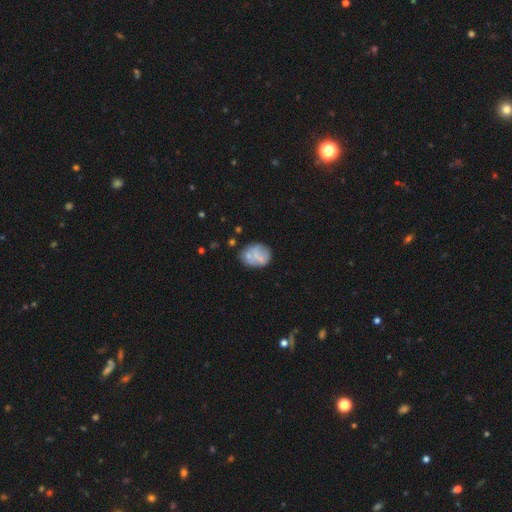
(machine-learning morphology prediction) This is possibly a smooth galaxy (53%). How rounded: possibly in between (52%). Merging: possibly none (53%).